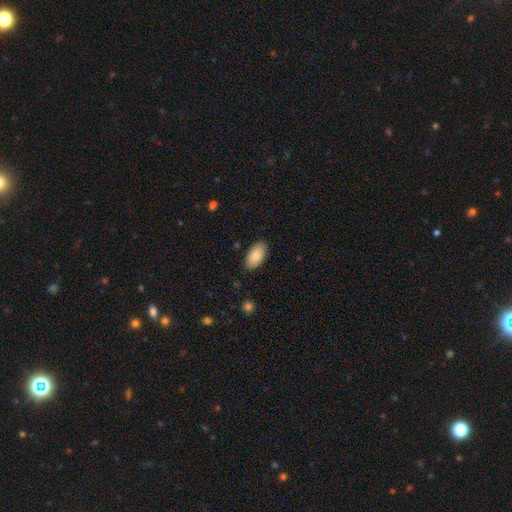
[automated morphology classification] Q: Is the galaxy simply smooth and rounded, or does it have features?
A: smooth — 86%.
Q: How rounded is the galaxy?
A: in between — 95%.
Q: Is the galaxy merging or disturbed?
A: none — 85%.